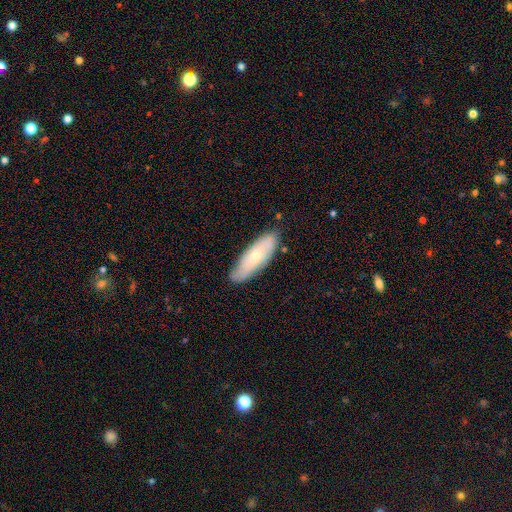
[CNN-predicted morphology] smooth_or_featured: smooth (p=0.55) [alt: featured or disk p=0.39]
how_rounded: in between (p=0.59) [alt: cigar-shaped p=0.39]
merging: none (p=0.81) [alt: minor disturbance p=0.15]